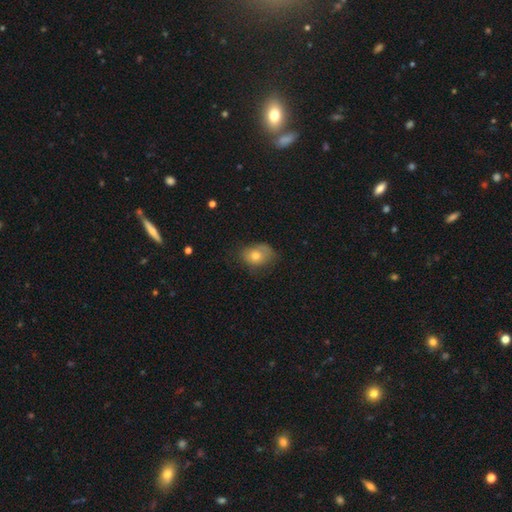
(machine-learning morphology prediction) The model was most divided on "merging": none: 58%, minor disturbance: 30%, major disturbance: 10%, merger: 2%. More confident: smooth or featured — smooth (71%); how rounded — in between (67%).